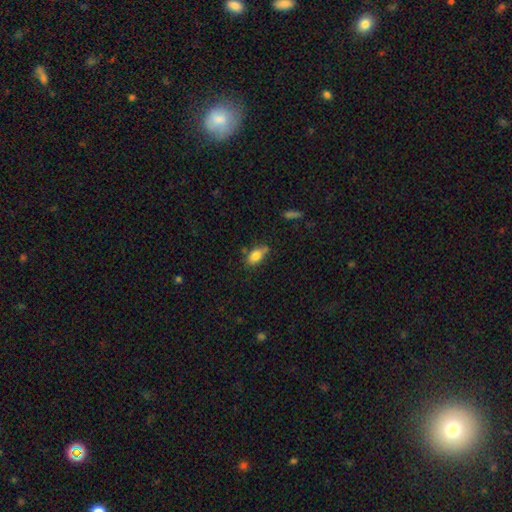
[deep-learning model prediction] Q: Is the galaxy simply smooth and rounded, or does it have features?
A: smooth — 83%.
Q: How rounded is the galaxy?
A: in between — 88%.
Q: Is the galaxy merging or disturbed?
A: none — 59%.